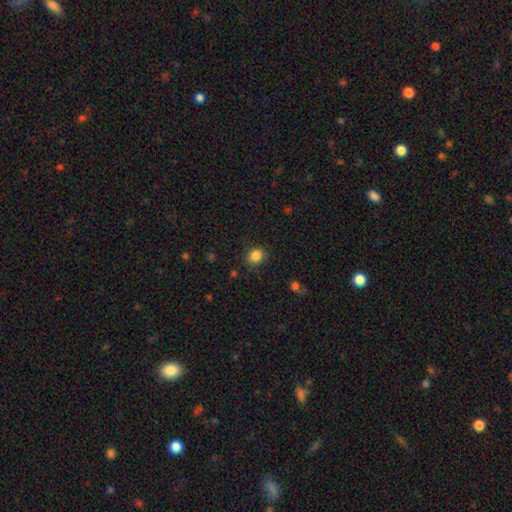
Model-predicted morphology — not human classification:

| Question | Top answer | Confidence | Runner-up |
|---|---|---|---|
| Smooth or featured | smooth | 85% | star or artifact (11%) |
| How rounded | round | 75% | in between (24%) |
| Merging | none | 85% | minor disturbance (10%) |